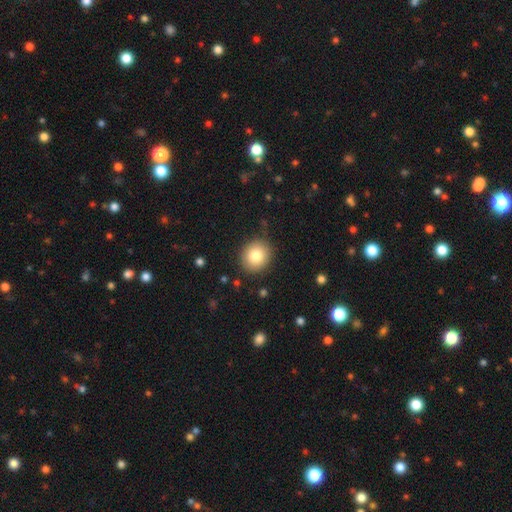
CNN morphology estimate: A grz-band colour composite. It shows a smooth galaxy with no disk features (81%) that is round (83%). Merging: none (88%).